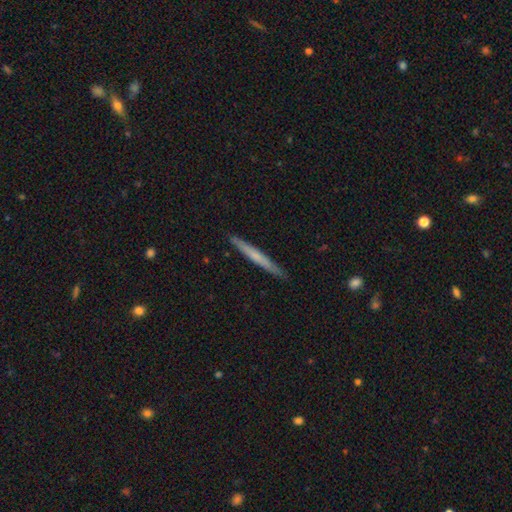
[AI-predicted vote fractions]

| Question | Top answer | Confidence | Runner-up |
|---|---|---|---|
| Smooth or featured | smooth | 51% | featured or disk (43%) |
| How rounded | cigar-shaped | 96% | in between (2%) |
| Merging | none | 89% | minor disturbance (8%) |